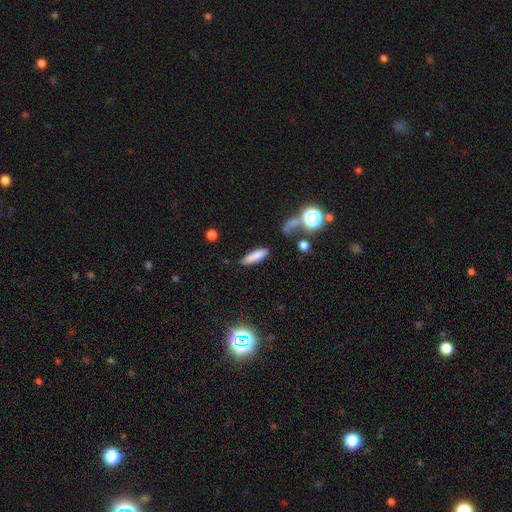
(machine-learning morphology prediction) smooth-or-featured: smooth: 81% | featured or disk: 10% | star or artifact: 9%
  how-rounded: cigar-shaped: 59% | in between: 38% | round: 2%
  merging: none: 80% | minor disturbance: 13% | major disturbance: 4% | merger: 3%